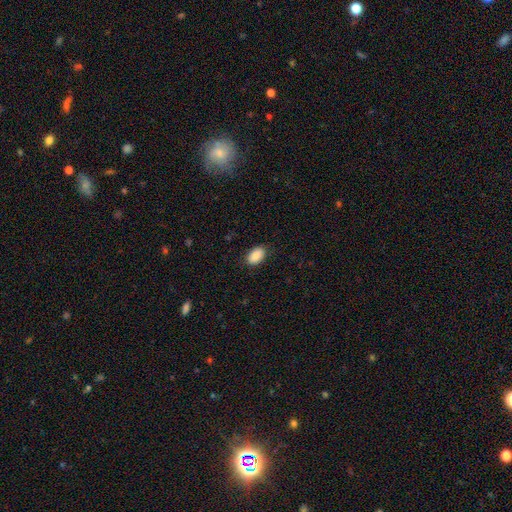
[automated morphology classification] Smooth or featured: smooth — 86% (star or artifact — 7%)
How rounded: in between — 91% (round — 7%)
Merging: none — 86% (minor disturbance — 10%)